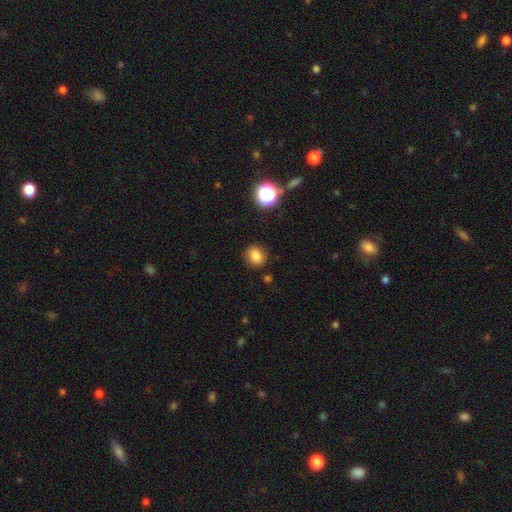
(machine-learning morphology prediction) This is clearly a smooth galaxy (81%). How rounded: likely round (69%). Merging: clearly none (87%).